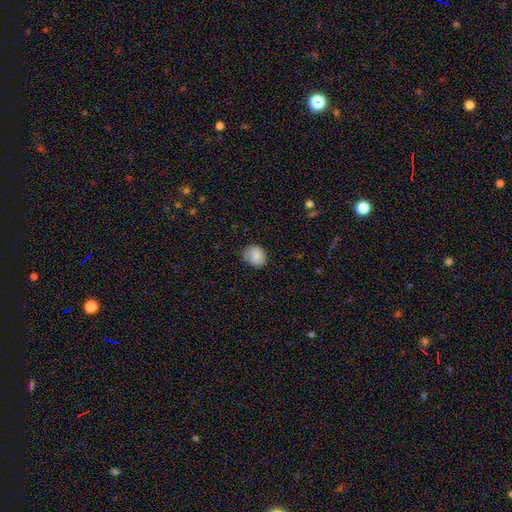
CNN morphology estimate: type=smooth (84%); roundness=round (65%); merging=none (69%).